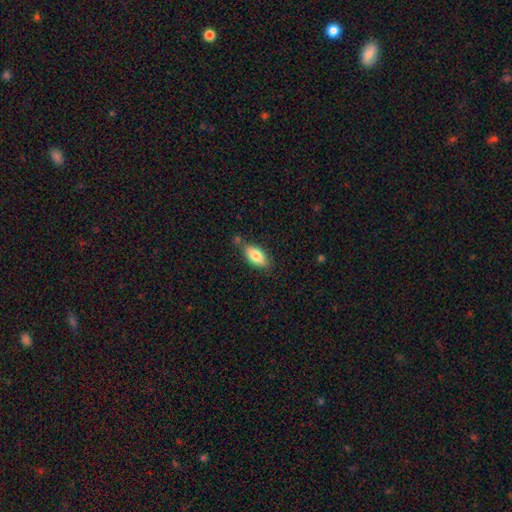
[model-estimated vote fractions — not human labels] This is clearly a smooth galaxy (80%). How rounded: clearly in between (88%). Merging: likely none (72%).